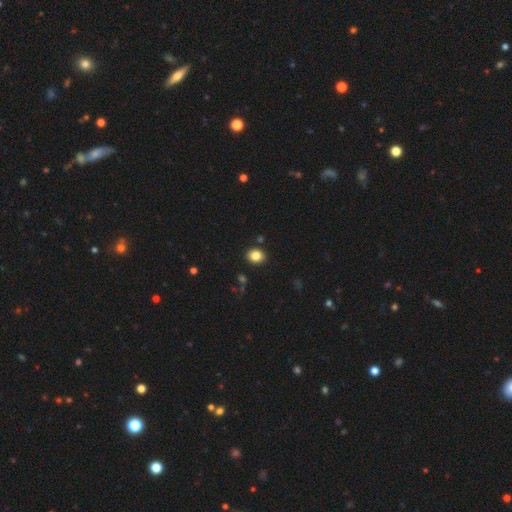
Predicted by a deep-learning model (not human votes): A smooth galaxy with no disk features (85%) that is round (65%).

Vote fractions:
- Smooth or featured? smooth: 85% / star or artifact: 10% / featured or disk: 5%
- How rounded? round: 65% / in between: 34% / cigar-shaped: 1%
- Merging? none: 89% / minor disturbance: 7% / merger: 2% / major disturbance: 2%